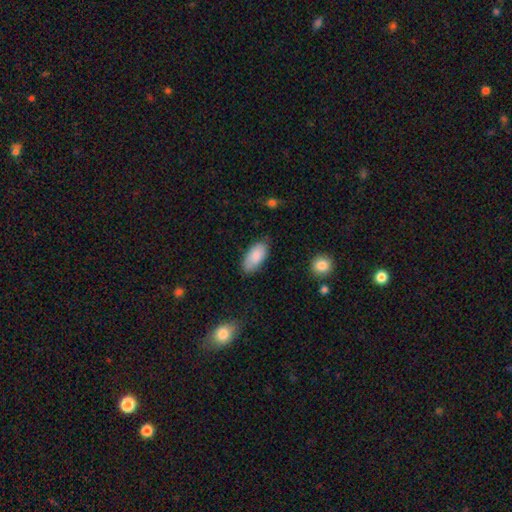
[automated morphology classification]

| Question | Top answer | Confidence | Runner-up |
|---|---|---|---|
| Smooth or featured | smooth | 86% | featured or disk (8%) |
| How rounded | in between | 93% | cigar-shaped (5%) |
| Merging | none | 78% | minor disturbance (17%) |